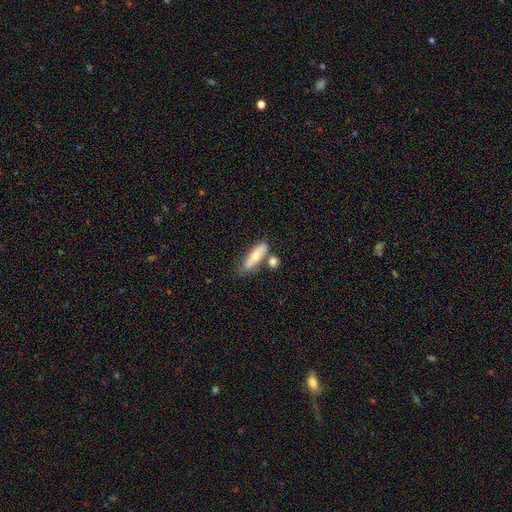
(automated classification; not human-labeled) Q: Smooth or featured?
A: smooth (60%); runner-up: featured or disk (33%)
Q: How rounded?
A: in between (58%); runner-up: cigar-shaped (39%)
Q: Merging?
A: none (55%); runner-up: merger (22%)